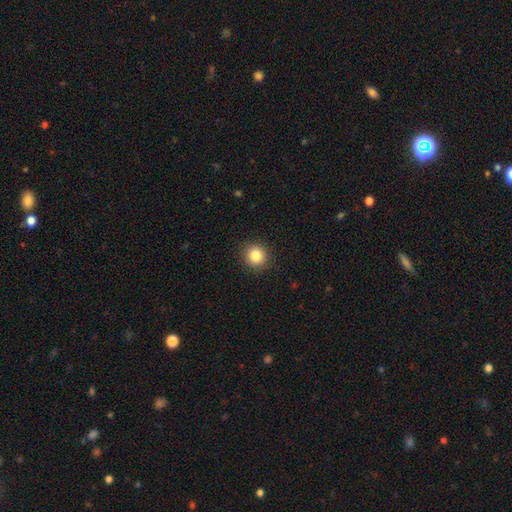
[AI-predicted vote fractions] The model was most divided on "smooth or featured": smooth: 84%, star or artifact: 10%, featured or disk: 5%. More confident: how rounded — round (92%); merging — none (91%).